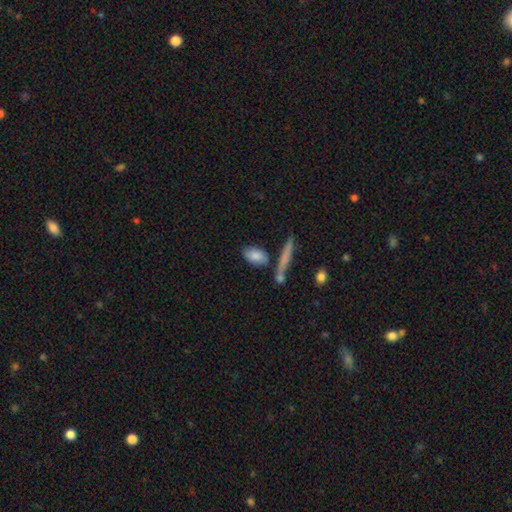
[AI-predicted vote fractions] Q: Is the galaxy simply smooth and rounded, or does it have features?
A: smooth — 81%.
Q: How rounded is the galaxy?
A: in between — 83%.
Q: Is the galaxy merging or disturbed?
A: none — 64%.